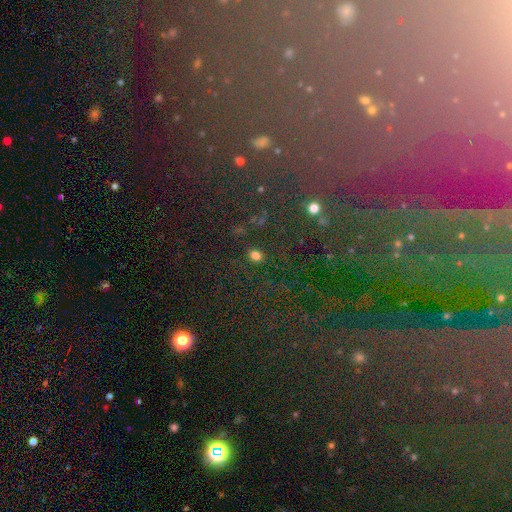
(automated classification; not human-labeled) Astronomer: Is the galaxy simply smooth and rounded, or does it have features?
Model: smooth — 74%.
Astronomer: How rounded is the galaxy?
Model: round — 60% (runner-up: in between, 39%).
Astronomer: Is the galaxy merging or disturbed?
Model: none — 86%.